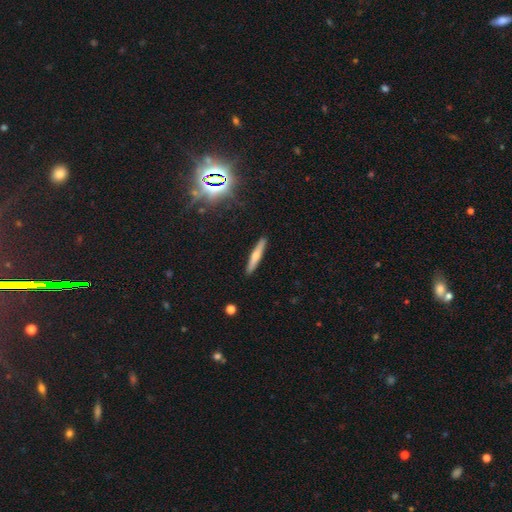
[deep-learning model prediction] Smooth or featured? Predicted: smooth (p=0.54). How rounded? Predicted: cigar-shaped (p=0.92). Merging? Predicted: none (p=0.91).